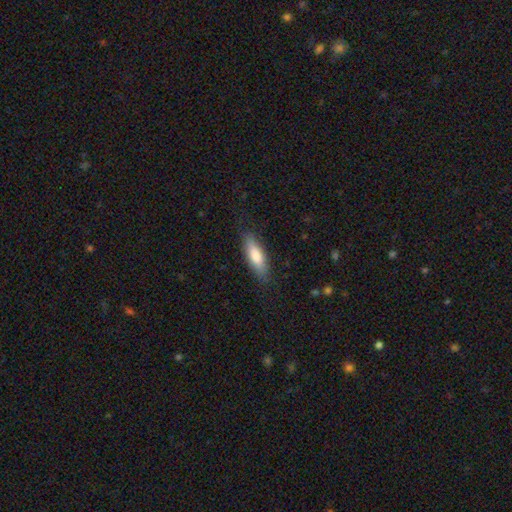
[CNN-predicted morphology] Smooth or featured? smooth (77%)
How rounded? in between (50%)
Merging? none (83%)